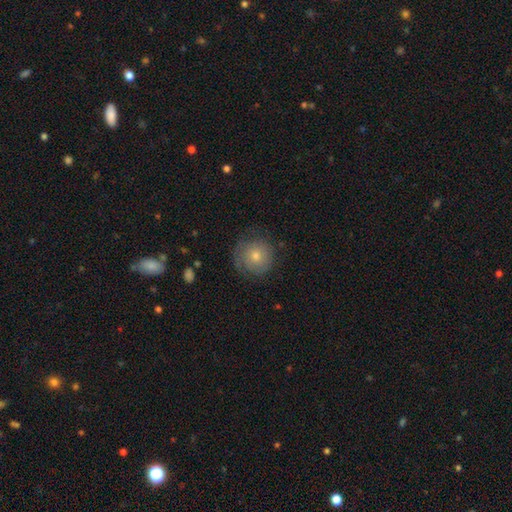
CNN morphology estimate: A smooth galaxy with no disk features (55%) that is round (94%). Merging: none (78%).